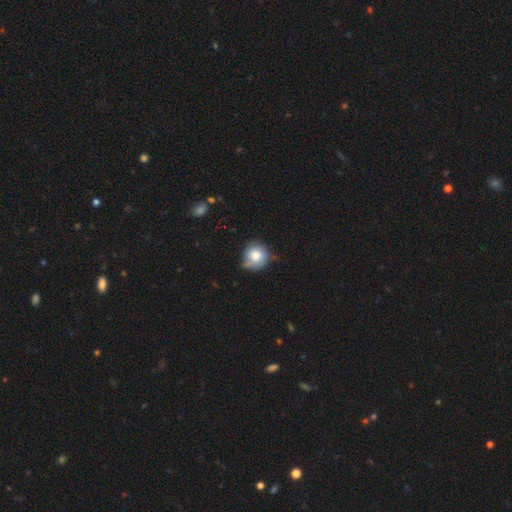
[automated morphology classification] This appears to be a smooth galaxy with no disk features (77%) that is round (87%). Merging: none (55%).